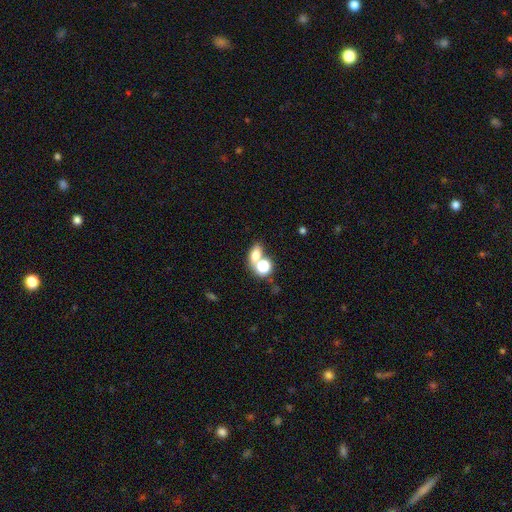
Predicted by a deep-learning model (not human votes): Smooth or featured?
  - smooth: 69% *
  - star or artifact: 17%
  - featured or disk: 14%
How rounded?
  - in between: 65% *
  - round: 32%
  - cigar-shaped: 4%
Merging?
  - merger: 44% *
  - none: 42%
  - minor disturbance: 9%
  - major disturbance: 5%